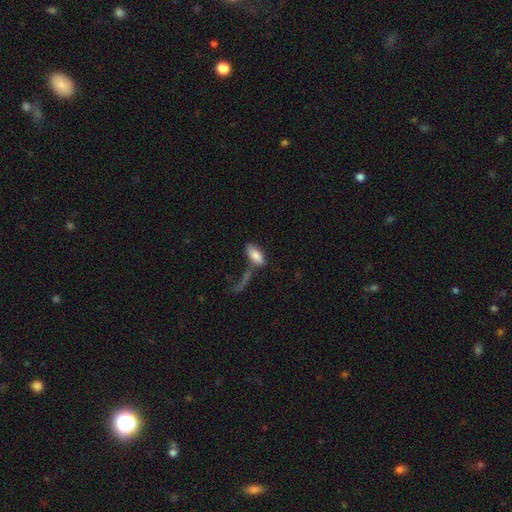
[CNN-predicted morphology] Smooth or featured?
  - smooth: 78% *
  - featured or disk: 14%
  - star or artifact: 8%
How rounded?
  - in between: 85% *
  - cigar-shaped: 13%
  - round: 3%
Merging?
  - none: 37% *
  - merger: 29%
  - major disturbance: 19%
  - minor disturbance: 15%